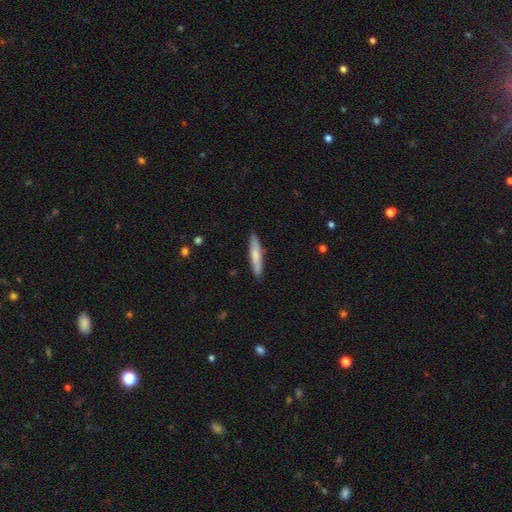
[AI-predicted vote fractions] Q: Smooth or featured?
A: smooth (71%); runner-up: featured or disk (24%)
Q: How rounded?
A: cigar-shaped (90%); runner-up: in between (9%)
Q: Merging?
A: none (88%); runner-up: minor disturbance (9%)